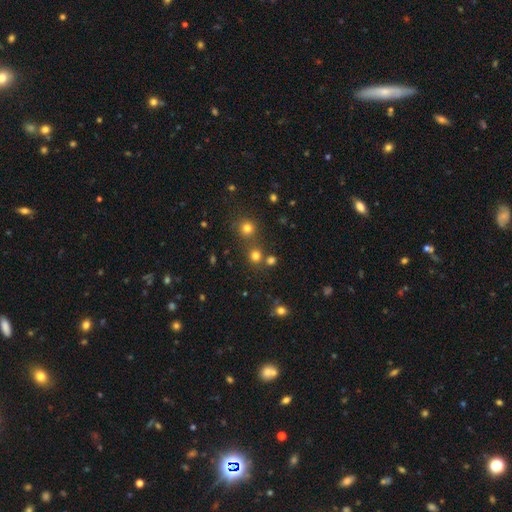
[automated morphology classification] smooth 73%, star or artifact 20%, featured or disk 6%. Down the decision tree: how rounded — round (88%); merging — none (68%).